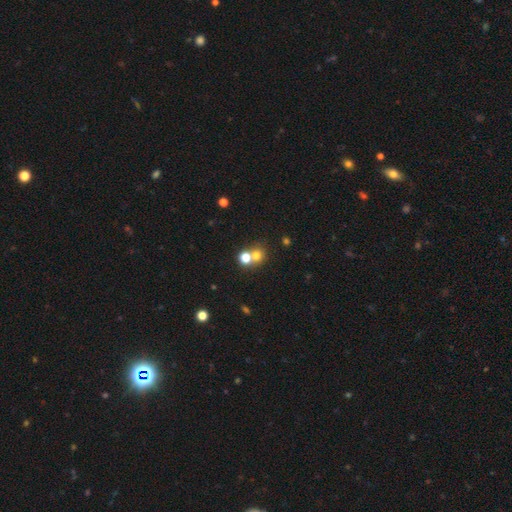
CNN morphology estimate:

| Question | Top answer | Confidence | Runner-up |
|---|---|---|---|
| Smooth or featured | smooth | 69% | star or artifact (19%) |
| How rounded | round | 82% | in between (17%) |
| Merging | none | 50% | merger (40%) |